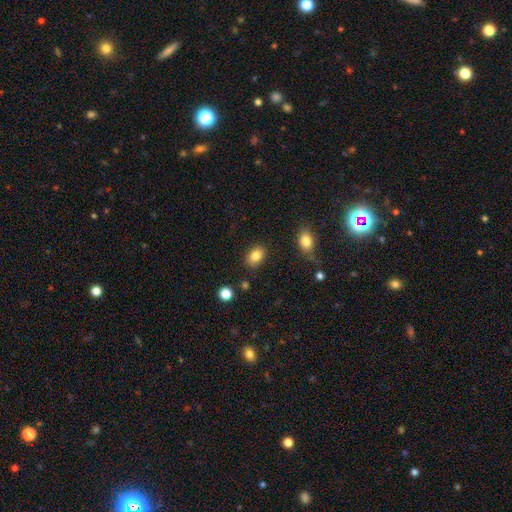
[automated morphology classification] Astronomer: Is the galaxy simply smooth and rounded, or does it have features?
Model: smooth — 84%.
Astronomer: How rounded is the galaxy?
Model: in between — 80%.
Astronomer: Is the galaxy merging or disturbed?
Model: none — 83%.